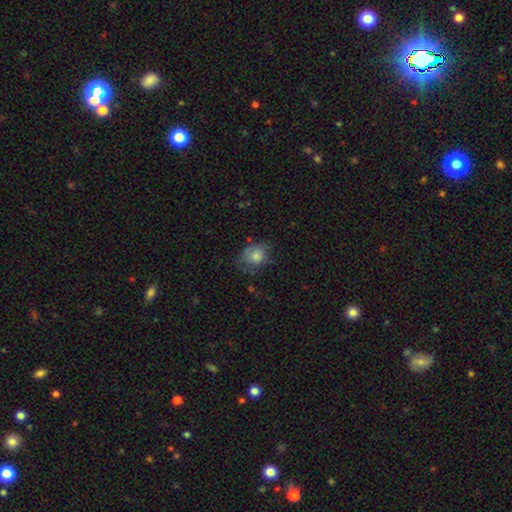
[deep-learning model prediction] Q: Smooth or featured?
A: smooth (76%); runner-up: featured or disk (14%)
Q: How rounded?
A: in between (51%); runner-up: round (48%)
Q: Merging?
A: none (54%); runner-up: minor disturbance (31%)